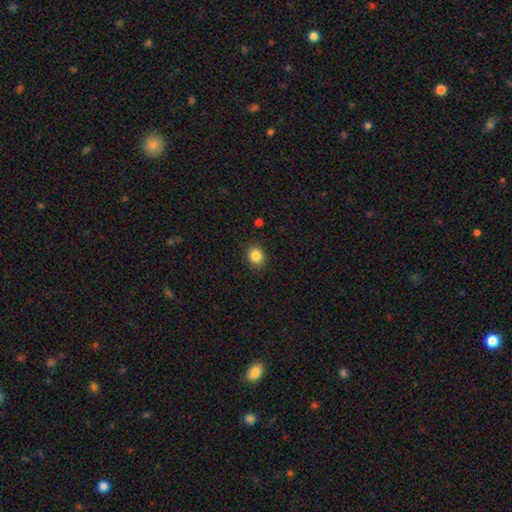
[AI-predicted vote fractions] Overall: smooth (85%). How rounded: round (79%). Merging: none (90%).